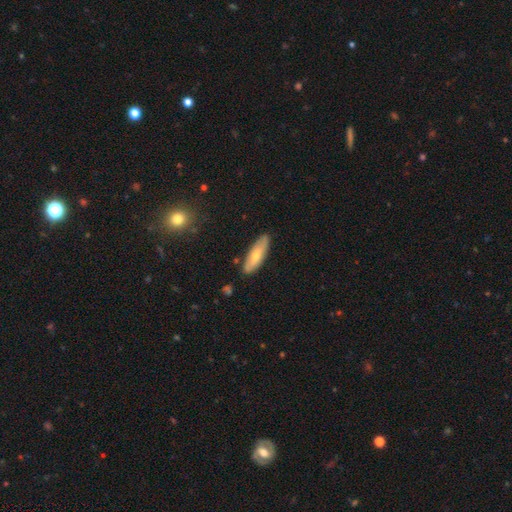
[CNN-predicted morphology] Smooth or featured? Predicted: smooth (p=0.64). How rounded? Predicted: in between (p=0.51). Merging? Predicted: none (p=0.82).